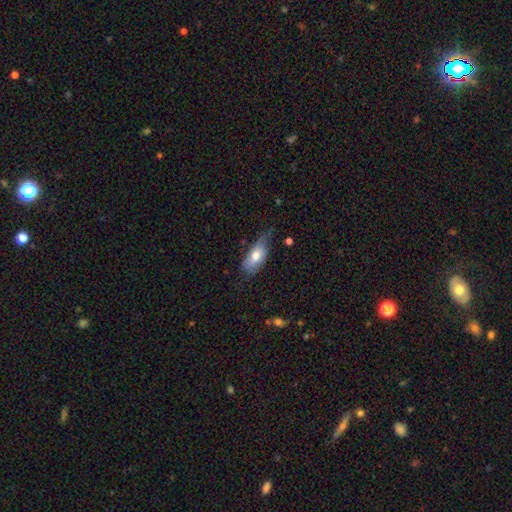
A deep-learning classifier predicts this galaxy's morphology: smooth_or_featured: smooth (p=0.72) [alt: featured or disk p=0.22]
how_rounded: in between (p=0.88) [alt: cigar-shaped p=0.09]
merging: minor disturbance (p=0.41) [alt: none p=0.39]